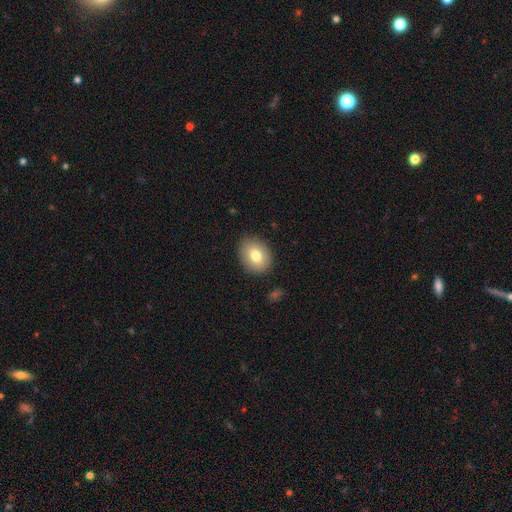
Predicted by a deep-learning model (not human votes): Smooth or featured: smooth — 77% (featured or disk — 15%)
How rounded: in between — 64% (round — 35%)
Merging: none — 86% (minor disturbance — 10%)